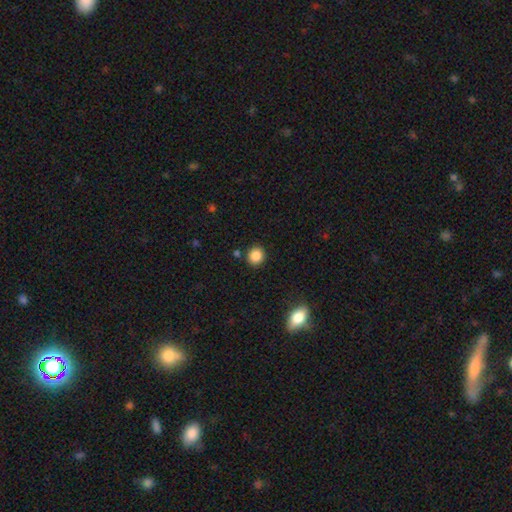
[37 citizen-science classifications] This appears to be a smooth galaxy with no disk features (97%) that is round (83%). Merging: none (81%).